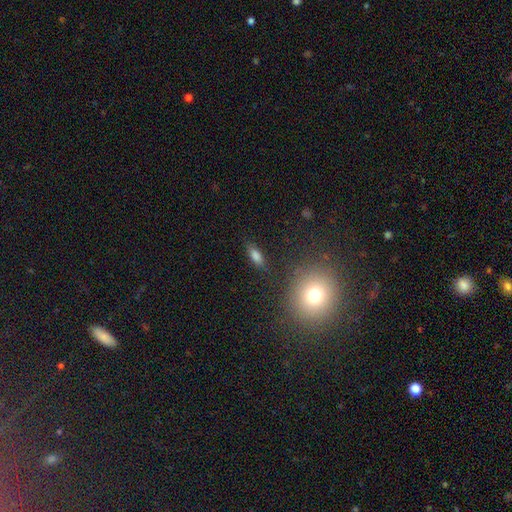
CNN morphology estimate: This appears to be a smooth galaxy with no disk features (80%) that is in between round and cigar-shaped (75%). Merging: none (82%).